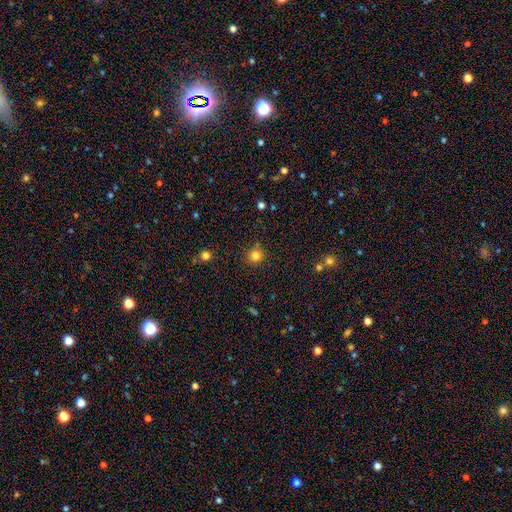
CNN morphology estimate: This appears to be a smooth galaxy with no disk features (80%) that is round (92%). Merging: none (81%).